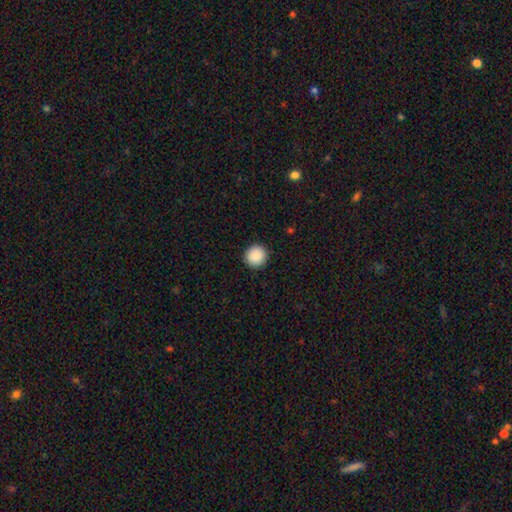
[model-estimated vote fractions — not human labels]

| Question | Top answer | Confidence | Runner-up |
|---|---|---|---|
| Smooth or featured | smooth | 89% | star or artifact (8%) |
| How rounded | round | 94% | in between (5%) |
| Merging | none | 93% | minor disturbance (5%) |